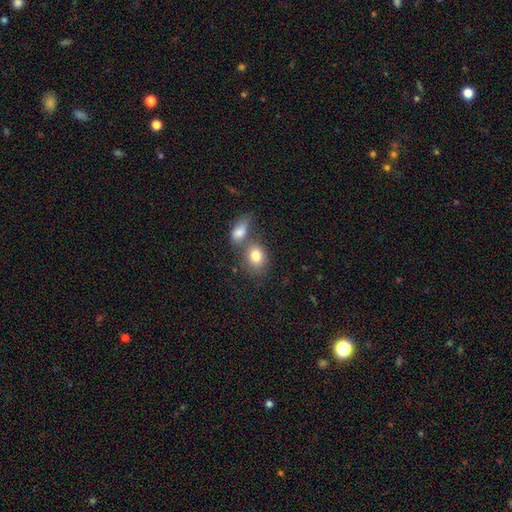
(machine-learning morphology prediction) Q: Smooth or featured?
A: smooth (80%); runner-up: featured or disk (12%)
Q: How rounded?
A: in between (56%); runner-up: round (43%)
Q: Merging?
A: none (42%); tied with: merger (42%)